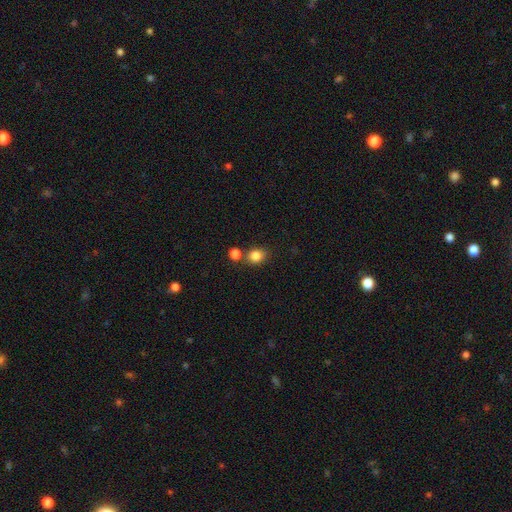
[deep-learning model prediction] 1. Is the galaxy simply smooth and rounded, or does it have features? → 84% smooth, 11% star or artifact, 5% featured or disk.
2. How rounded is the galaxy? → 64% round, 35% in between, 1% cigar-shaped.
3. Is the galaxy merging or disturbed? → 67% none, 19% merger, 10% minor disturbance, 3% major disturbance.